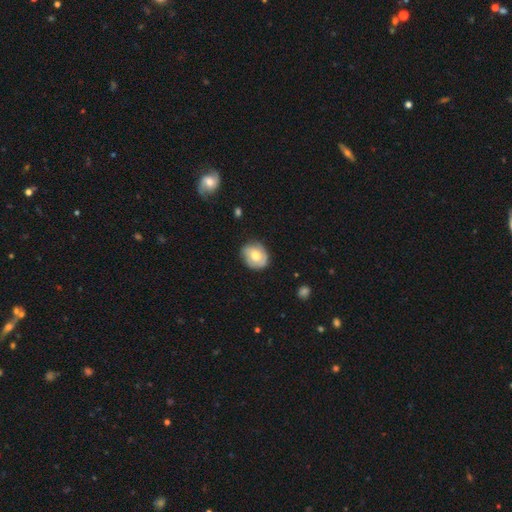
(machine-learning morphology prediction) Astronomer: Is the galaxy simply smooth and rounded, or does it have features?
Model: smooth — 52% (runner-up: featured or disk, 41%).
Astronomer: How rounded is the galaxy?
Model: round — 57% (runner-up: in between, 42%).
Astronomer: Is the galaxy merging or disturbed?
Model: none — 72%.